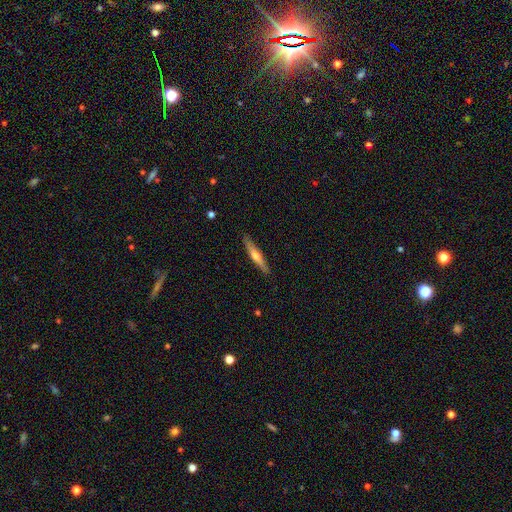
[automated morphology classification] Smooth or featured? Predicted: featured or disk (p=0.51). Edge-on disk? Predicted: yes (p=0.95). Merging? Predicted: none (p=0.89).